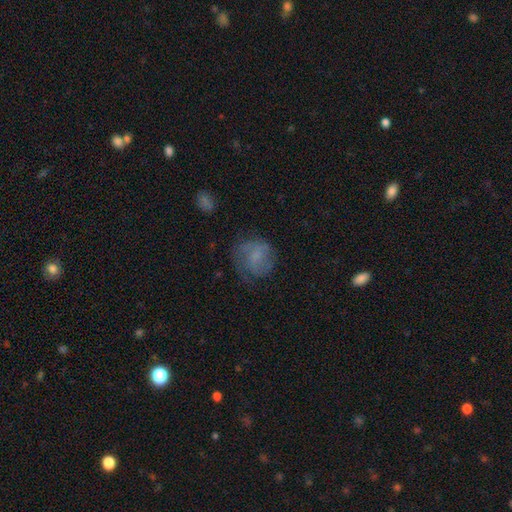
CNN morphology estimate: type=smooth (55%); roundness=round (76%); merging=none (54%).